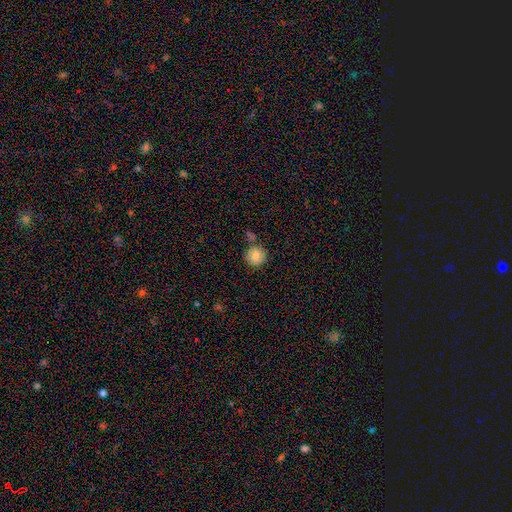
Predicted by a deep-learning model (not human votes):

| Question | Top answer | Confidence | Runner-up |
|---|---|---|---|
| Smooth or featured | smooth | 85% | star or artifact (9%) |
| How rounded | round | 93% | in between (6%) |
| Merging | none | 75% | minor disturbance (11%) |